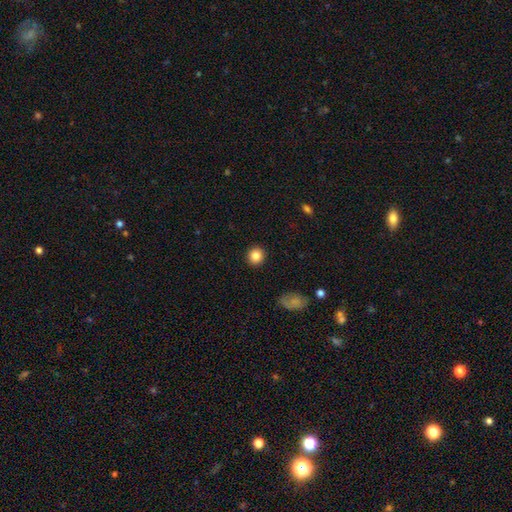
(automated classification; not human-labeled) The model was most divided on "smooth or featured": smooth: 85%, star or artifact: 10%, featured or disk: 5%. More confident: merging — none (92%); how rounded — round (90%).